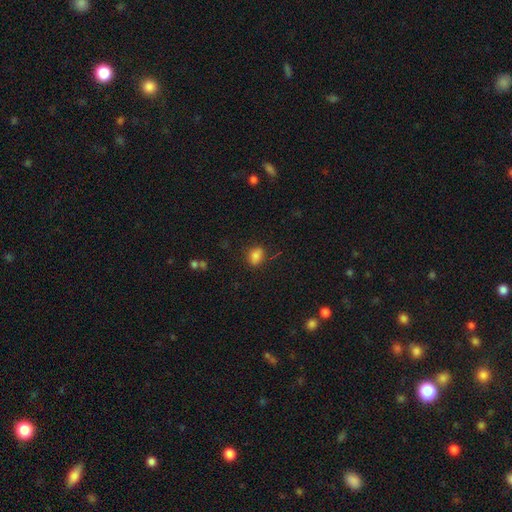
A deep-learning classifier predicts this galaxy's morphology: smooth 82%, star or artifact 12%, featured or disk 6%. Down the decision tree: how rounded — in between (66%); merging — none (74%).